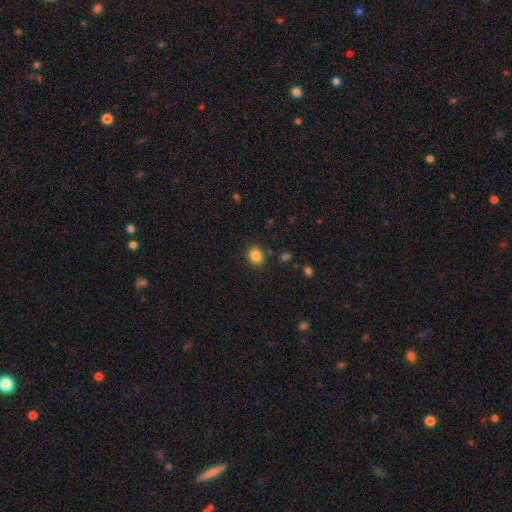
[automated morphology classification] Q: Smooth or featured?
A: smooth (85%); runner-up: star or artifact (11%)
Q: How rounded?
A: round (77%); runner-up: in between (22%)
Q: Merging?
A: none (87%); runner-up: minor disturbance (8%)